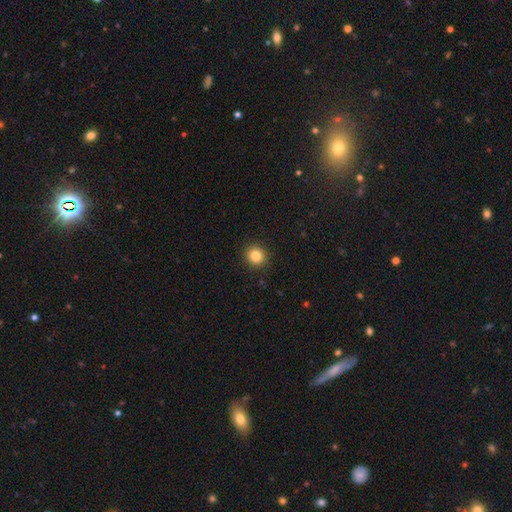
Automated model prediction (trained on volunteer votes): A smooth galaxy with no disk features (84%) that is round (87%). Merging: none (92%).